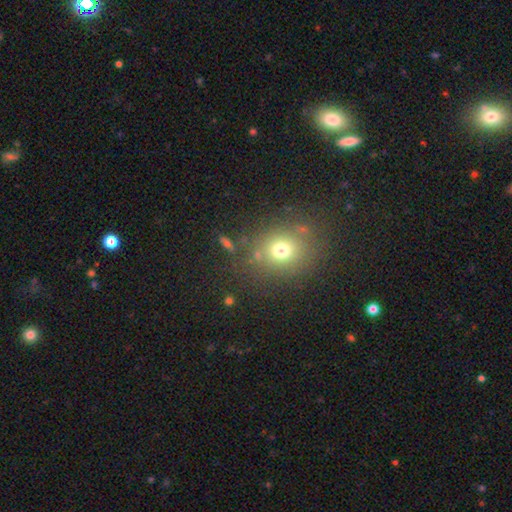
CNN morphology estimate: Smooth or featured?
  - smooth: 61% *
  - star or artifact: 29%
  - featured or disk: 10%
How rounded?
  - round: 69% *
  - in between: 30%
  - cigar-shaped: 1%
Merging?
  - none: 80% *
  - minor disturbance: 11%
  - merger: 5%
  - major disturbance: 4%